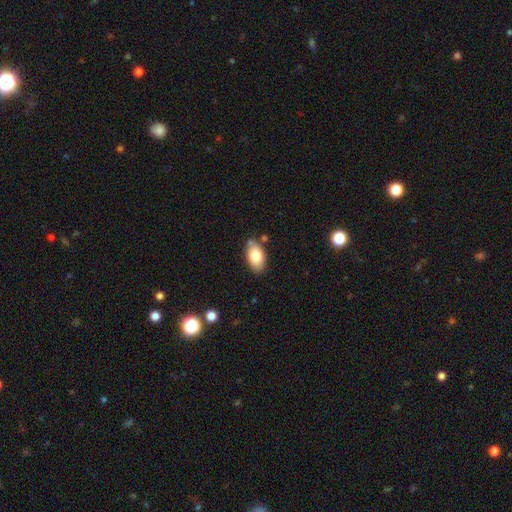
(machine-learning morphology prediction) Smooth or featured? Predicted: smooth (p=0.81). How rounded? Predicted: in between (p=0.92). Merging? Predicted: none (p=0.75).